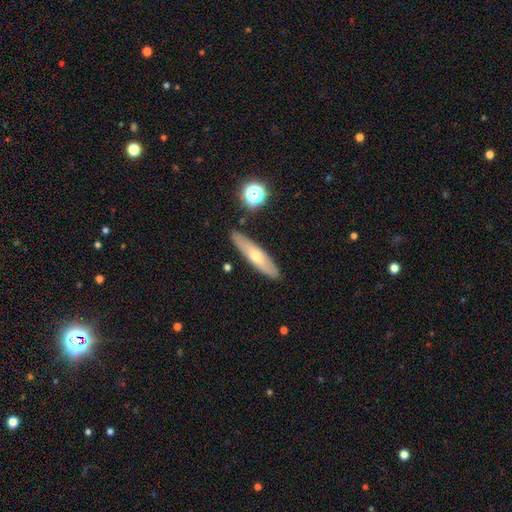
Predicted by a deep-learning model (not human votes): smooth-or-featured: featured or disk: 46% (tied) | smooth: 46% (tied) | star or artifact: 8%
  merging: none: 86% | minor disturbance: 10% | merger: 2% | major disturbance: 2%